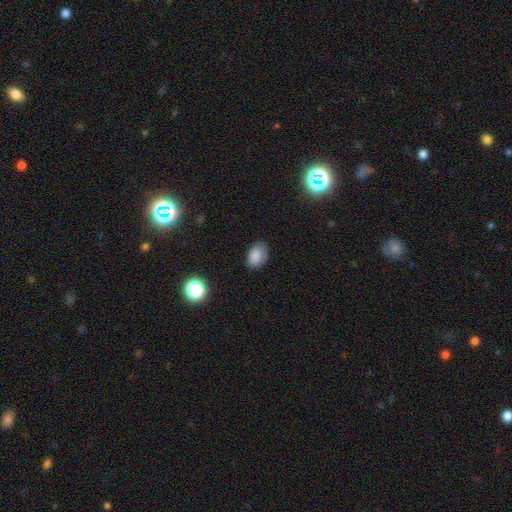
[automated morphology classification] A smooth galaxy with no disk features (84%) that is in between round and cigar-shaped (81%).

Vote fractions:
- Smooth or featured? smooth: 84% / star or artifact: 11% / featured or disk: 6%
- How rounded? in between: 81% / round: 18% / cigar-shaped: 1%
- Merging? none: 77% / minor disturbance: 18% / major disturbance: 4% / merger: 1%